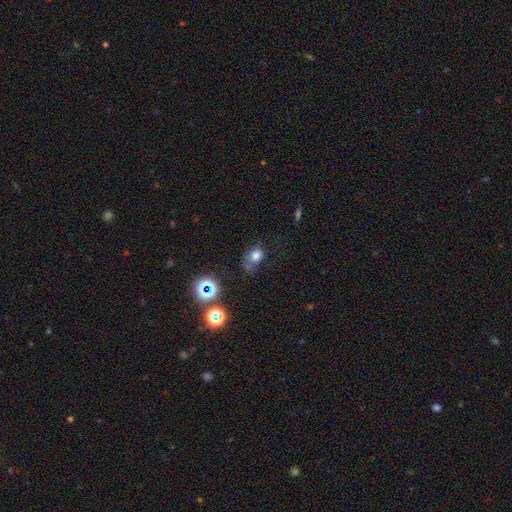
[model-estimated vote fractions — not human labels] A smooth galaxy with no disk features (73%) that is in between round and cigar-shaped (50%).

Vote fractions:
- Smooth or featured? smooth: 73% / star or artifact: 17% / featured or disk: 10%
- How rounded? in between: 50% / round: 48% / cigar-shaped: 1%
- Merging? none: 46% / minor disturbance: 28% / major disturbance: 16% / merger: 10%